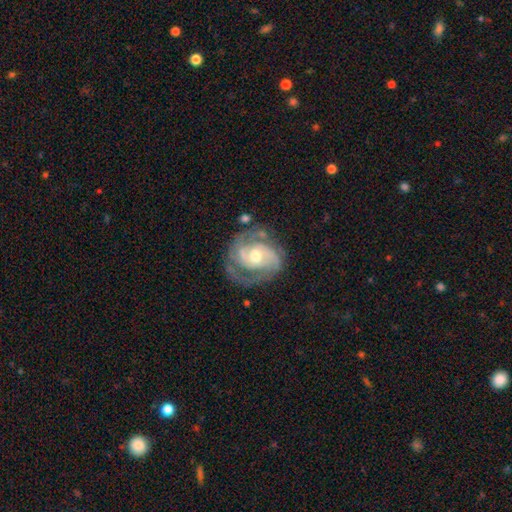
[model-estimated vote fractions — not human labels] The model was most divided on "spiral winding": tight: 51%, medium: 41%, loose: 9%. More confident: edge-on disk — no (98%); spiral arms — yes (97%); smooth or featured — featured or disk (89%); bulge size — moderate (70%); spiral arm count — 2 (67%); merging — none (67%); bar — no (58%).